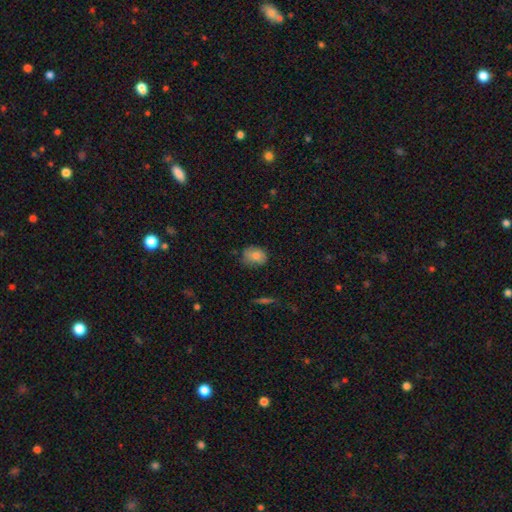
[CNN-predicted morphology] The model was most divided on "how rounded": in between: 59%, round: 39%, cigar-shaped: 1%. More confident: smooth or featured — smooth (77%); merging — none (67%).